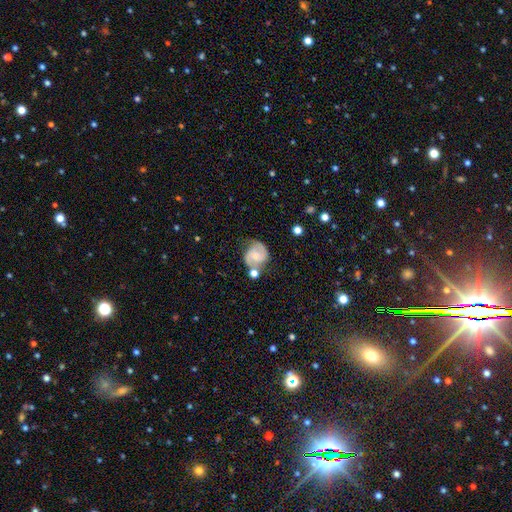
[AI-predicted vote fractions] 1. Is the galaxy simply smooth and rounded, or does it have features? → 77% featured or disk, 16% smooth, 7% star or artifact.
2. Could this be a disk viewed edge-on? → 98% no, 2% yes.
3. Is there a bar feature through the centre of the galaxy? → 55% no, 37% weak, 8% strong.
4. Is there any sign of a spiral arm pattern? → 95% yes, 5% no.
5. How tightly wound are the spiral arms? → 51% medium, 30% tight, 19% loose.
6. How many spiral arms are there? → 89% 2, 5% can't tell, 2% 1, 2% 3, 1% 4, 1% more than 4.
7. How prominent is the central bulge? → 51% small, 38% moderate, 7% none, 2% large, 1% dominant.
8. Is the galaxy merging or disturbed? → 59% none, 20% minor disturbance, 14% merger, 7% major disturbance.